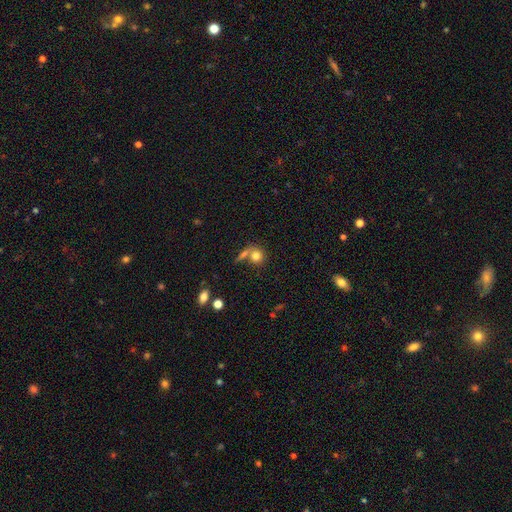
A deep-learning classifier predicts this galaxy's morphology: The model was most divided on "merging": none: 50%, merger: 33%, minor disturbance: 11%, major disturbance: 6%. More confident: how rounded — round (79%); smooth or featured — smooth (78%).